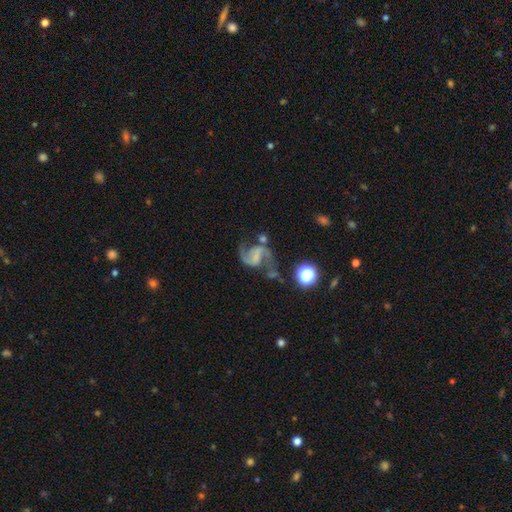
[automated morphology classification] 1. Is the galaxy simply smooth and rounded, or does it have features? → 87% featured or disk, 7% star or artifact, 6% smooth.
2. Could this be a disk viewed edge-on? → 98% no, 2% yes.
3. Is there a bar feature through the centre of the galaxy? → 46% weak, 29% strong, 24% no.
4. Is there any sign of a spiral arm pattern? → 97% yes, 3% no.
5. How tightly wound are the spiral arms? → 53% loose, 40% medium, 6% tight.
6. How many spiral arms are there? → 93% 2, 2% 1, 2% can't tell, 1% 3, 1% 4, 1% more than 4.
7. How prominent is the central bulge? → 55% none, 27% small, 14% moderate, 4% large, 1% dominant.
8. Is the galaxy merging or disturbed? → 59% none, 17% minor disturbance, 13% major disturbance, 10% merger.